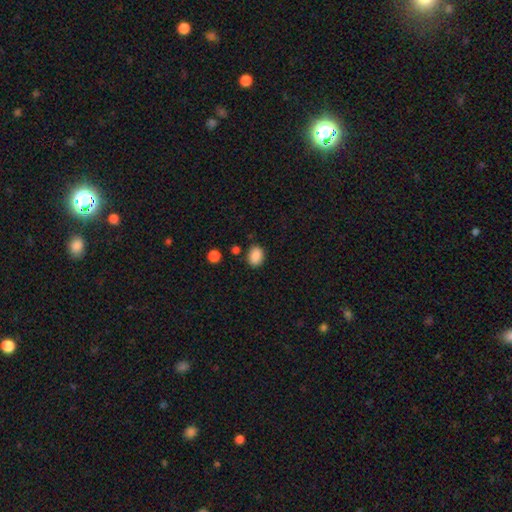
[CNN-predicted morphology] smooth_or_featured: smooth (p=0.88) [alt: star or artifact p=0.09]
how_rounded: in between (p=0.66) [alt: round p=0.33]
merging: none (p=0.81) [alt: minor disturbance p=0.12]